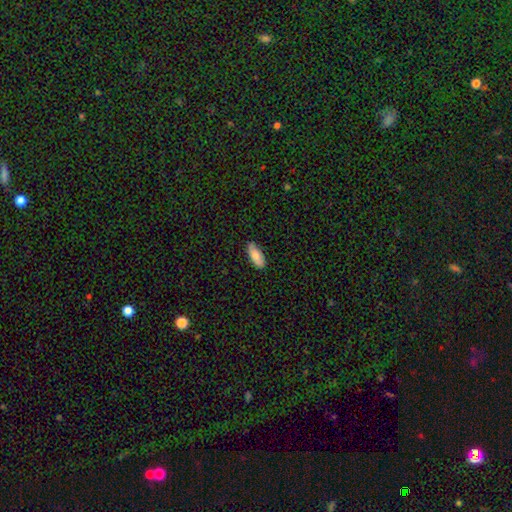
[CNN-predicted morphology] Overall: smooth (82%). How rounded: in between (82%). Merging: none (85%).